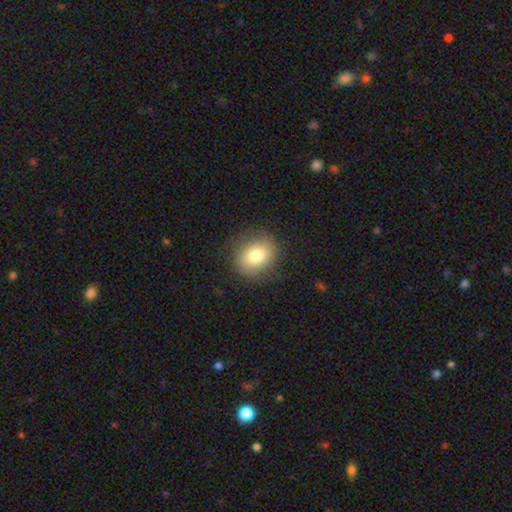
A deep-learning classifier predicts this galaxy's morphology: Smooth or featured? smooth (81%)
How rounded? round (62%)
Merging? none (85%)